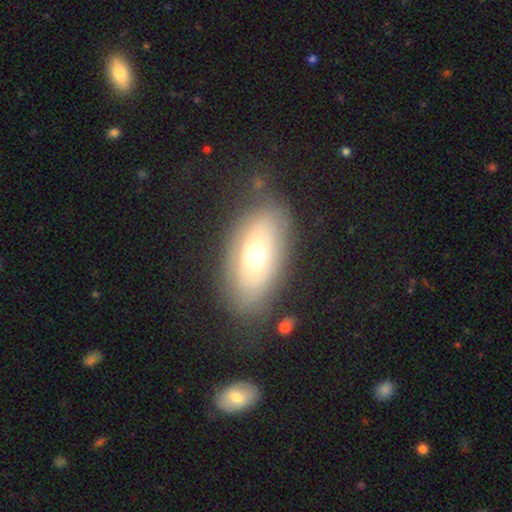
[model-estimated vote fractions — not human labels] Q: Smooth or featured?
A: smooth (57%); runner-up: featured or disk (35%)
Q: How rounded?
A: in between (90%); runner-up: cigar-shaped (5%)
Q: Merging?
A: none (76%); runner-up: minor disturbance (15%)